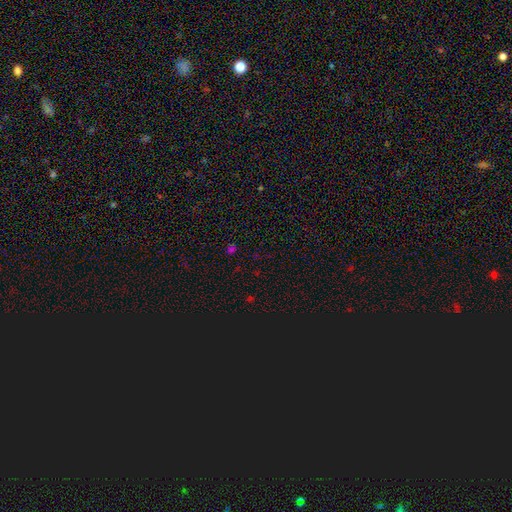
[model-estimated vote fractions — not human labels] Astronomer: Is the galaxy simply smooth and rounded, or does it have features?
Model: star or artifact — 59%.